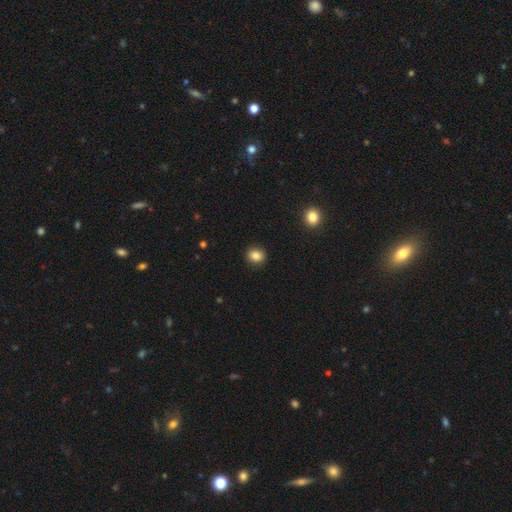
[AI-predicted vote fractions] Smooth or featured: smooth — 85% (star or artifact — 10%)
How rounded: round — 71% (in between — 28%)
Merging: none — 91% (minor disturbance — 6%)